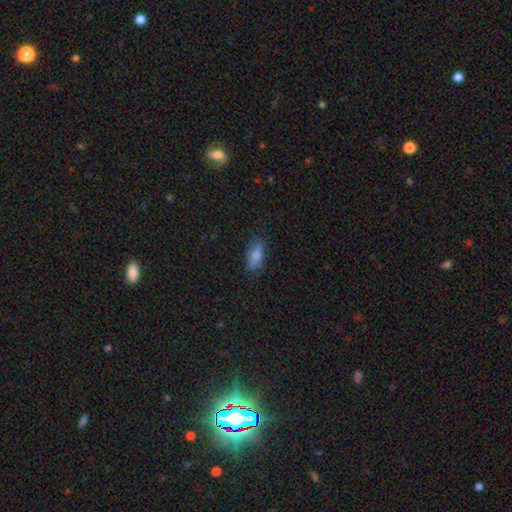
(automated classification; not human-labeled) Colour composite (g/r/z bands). It shows a smooth galaxy with no disk features (81%) that is in between round and cigar-shaped (75%). Merging: none (78%).